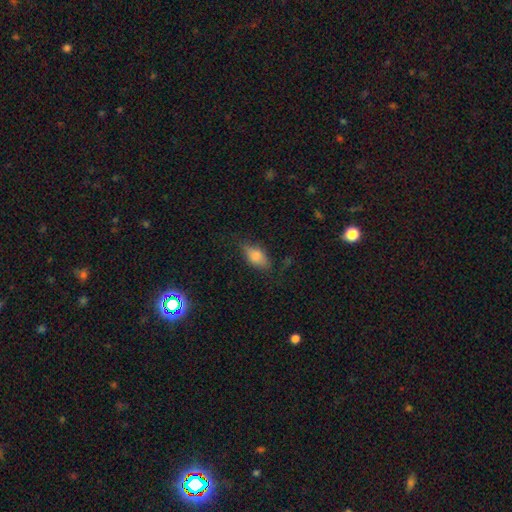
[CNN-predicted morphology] Smooth or featured: smooth — 69% (featured or disk — 20%)
How rounded: in between — 83% (cigar-shaped — 11%)
Merging: none — 70% (minor disturbance — 22%)